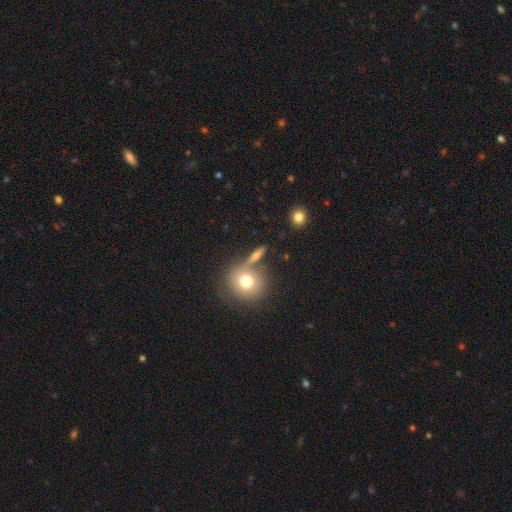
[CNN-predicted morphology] Smooth or featured?
  - smooth: 62% *
  - featured or disk: 25%
  - star or artifact: 13%
How rounded?
  - round: 52% *
  - in between: 25%
  - cigar-shaped: 22%
Merging?
  - none: 64% *
  - merger: 18%
  - minor disturbance: 12%
  - major disturbance: 5%